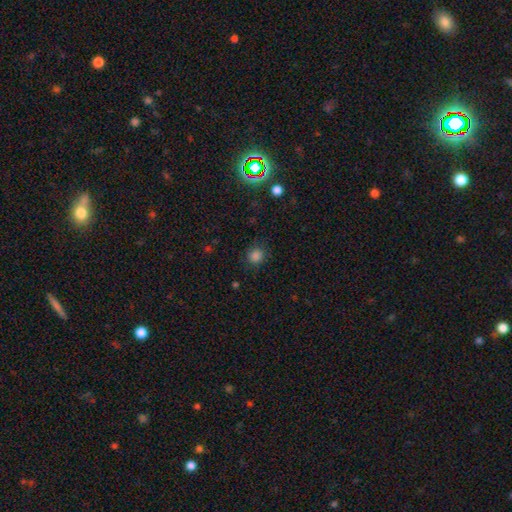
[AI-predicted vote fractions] smooth_or_featured: smooth (p=0.83) [alt: star or artifact p=0.14]
how_rounded: round (p=0.89) [alt: in between p=0.10]
merging: none (p=0.85) [alt: minor disturbance p=0.10]